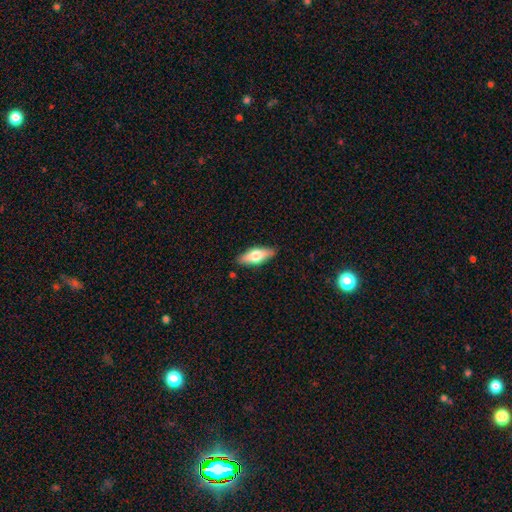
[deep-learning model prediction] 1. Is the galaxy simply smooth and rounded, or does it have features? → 60% smooth, 34% featured or disk, 6% star or artifact.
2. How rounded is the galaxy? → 72% in between, 25% cigar-shaped, 3% round.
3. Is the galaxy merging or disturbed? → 86% none, 10% minor disturbance, 2% major disturbance, 1% merger.